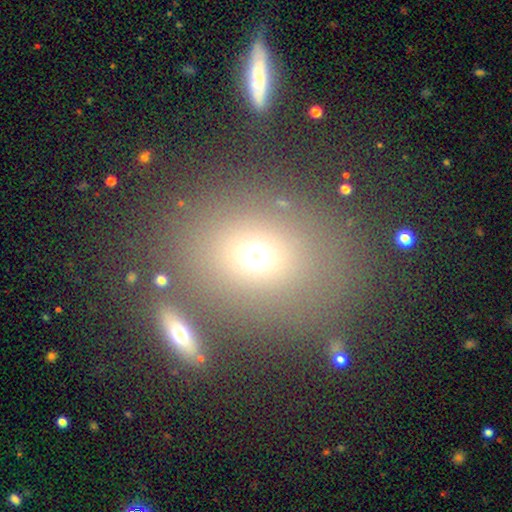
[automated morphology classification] Smooth or featured? smooth (66%)
How rounded? round (59%)
Merging? none (72%)